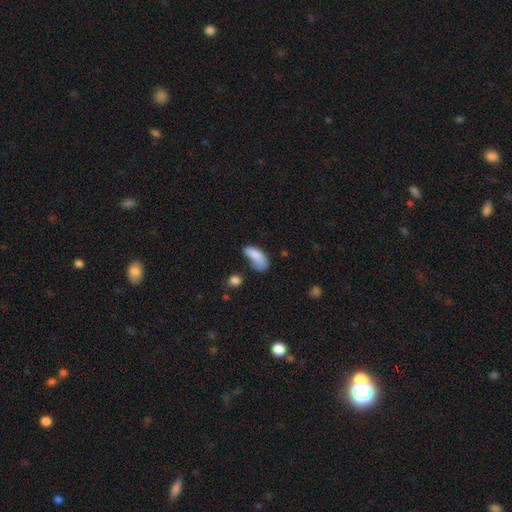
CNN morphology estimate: A smooth galaxy with no disk features (81%) that is in between round and cigar-shaped (82%).

Vote fractions:
- Smooth or featured? smooth: 81% / featured or disk: 11% / star or artifact: 8%
- How rounded? in between: 82% / cigar-shaped: 15% / round: 3%
- Merging? minor disturbance: 34% / none: 33% / major disturbance: 23% / merger: 10%